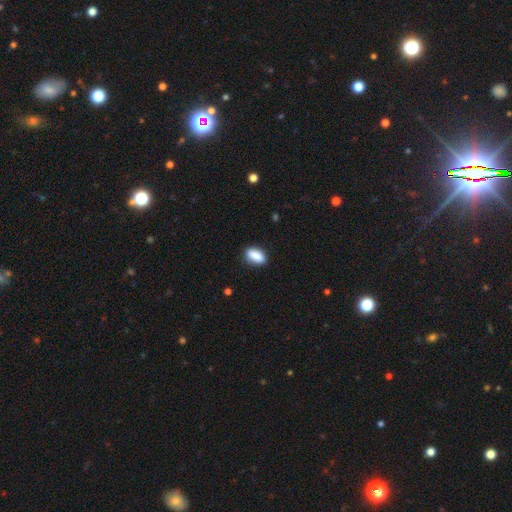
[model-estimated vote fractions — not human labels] Q: Smooth or featured?
A: smooth (88%); runner-up: star or artifact (7%)
Q: How rounded?
A: in between (89%); runner-up: cigar-shaped (6%)
Q: Merging?
A: none (84%); runner-up: minor disturbance (12%)